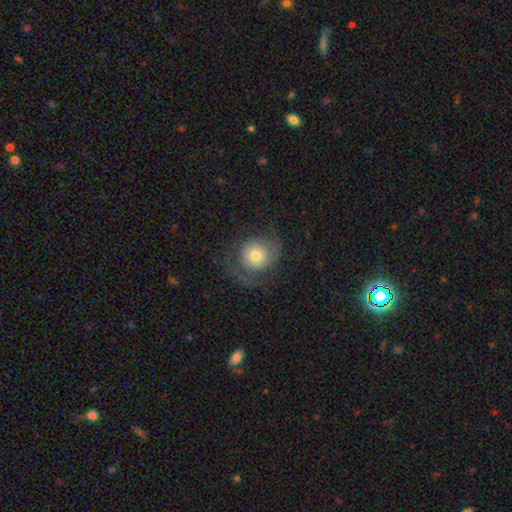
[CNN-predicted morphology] Smooth or featured: smooth — 46% (tied with featured or disk — 46%)
Merging: none — 57% (major disturbance — 23%)